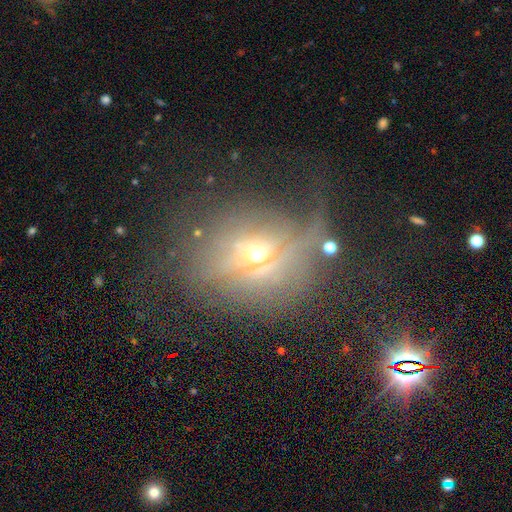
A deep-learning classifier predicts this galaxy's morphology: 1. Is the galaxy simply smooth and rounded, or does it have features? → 54% featured or disk, 28% smooth, 19% star or artifact.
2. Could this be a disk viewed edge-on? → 67% no, 33% yes.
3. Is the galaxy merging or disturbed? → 45% none, 30% major disturbance, 20% minor disturbance, 4% merger.